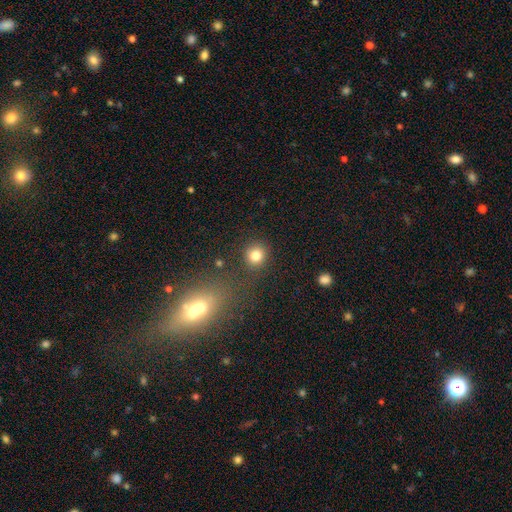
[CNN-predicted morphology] Smooth or featured: smooth — 81% (star or artifact — 12%)
How rounded: round — 86% (in between — 13%)
Merging: none — 83% (minor disturbance — 8%)